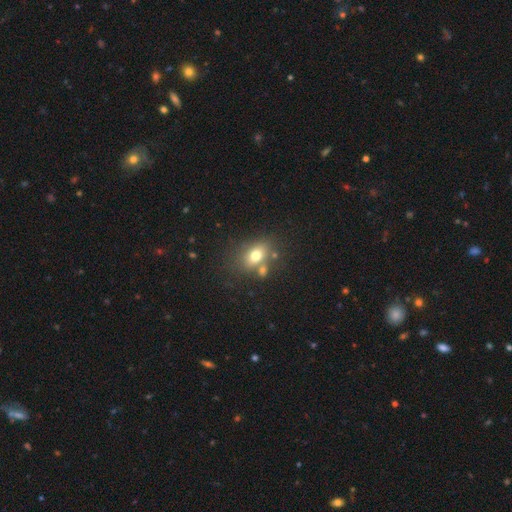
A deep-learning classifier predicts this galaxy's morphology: Overall: smooth (72%). How rounded: in between (72%). Merging: none (60%; merger 21%).